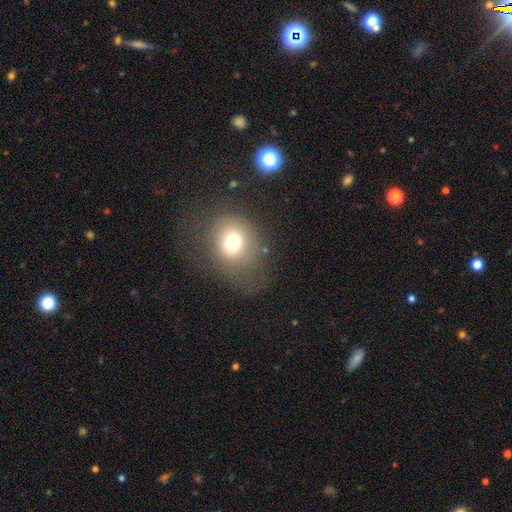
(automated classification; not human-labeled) smooth 68%, featured or disk 16%, star or artifact 15%. Down the decision tree: how rounded — round (56%); merging — none (56%).